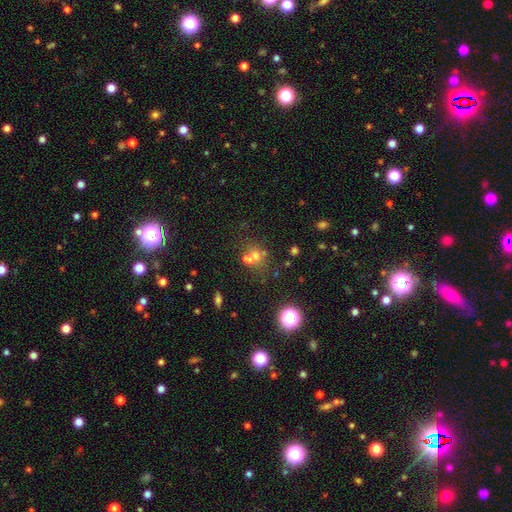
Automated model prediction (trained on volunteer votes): The model was most divided on "merging" (2-way tie): none: 43%, merger: 43%, minor disturbance: 8%, major disturbance: 5%. Remaining: smooth or featured — smooth (50%).